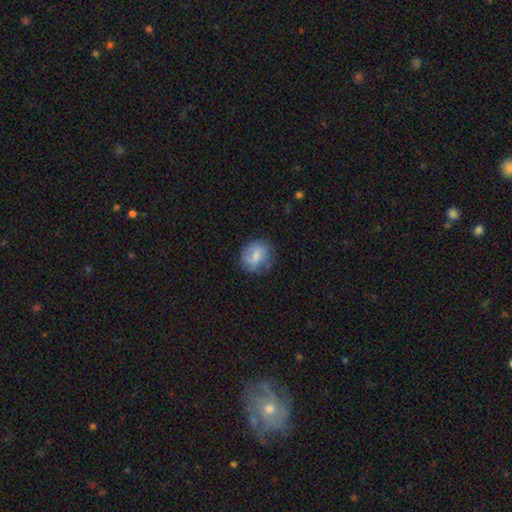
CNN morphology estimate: Q: Smooth or featured?
A: smooth (64%); runner-up: featured or disk (28%)
Q: How rounded?
A: round (72%); runner-up: in between (27%)
Q: Merging?
A: none (72%); runner-up: minor disturbance (20%)